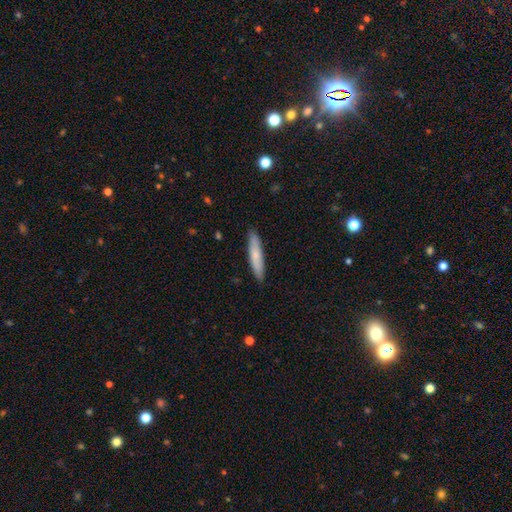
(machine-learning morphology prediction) smooth-or-featured: smooth: 73% | featured or disk: 22% | star or artifact: 6%
  how-rounded: cigar-shaped: 88% | in between: 11% | round: 1%
  merging: none: 90% | minor disturbance: 8% | major disturbance: 1% | merger: 1%